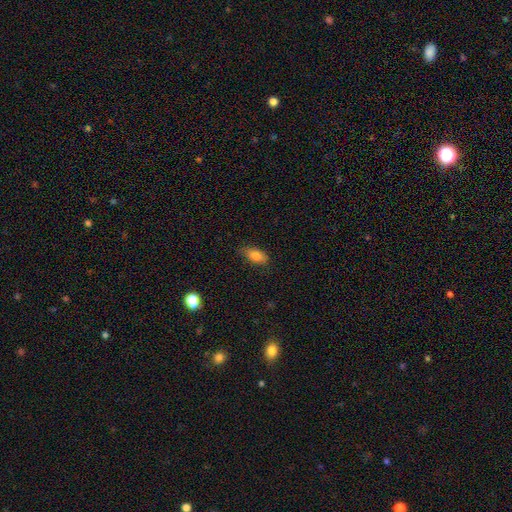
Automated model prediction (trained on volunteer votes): Q: Smooth or featured?
A: smooth (84%); runner-up: star or artifact (8%)
Q: How rounded?
A: in between (89%); runner-up: cigar-shaped (7%)
Q: Merging?
A: none (77%); runner-up: minor disturbance (18%)